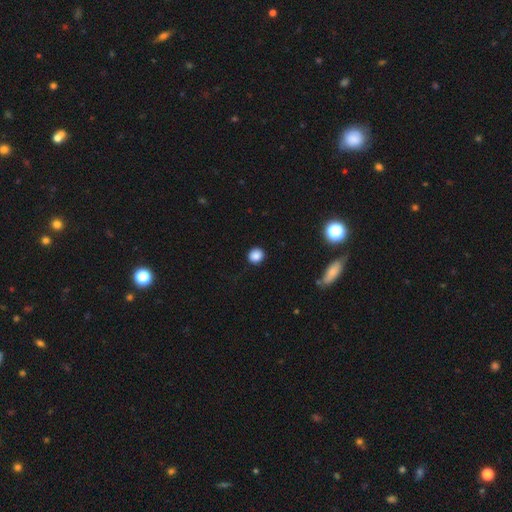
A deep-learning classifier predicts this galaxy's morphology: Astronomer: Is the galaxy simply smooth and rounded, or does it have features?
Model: smooth — 86%.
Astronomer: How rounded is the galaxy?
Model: round — 89%.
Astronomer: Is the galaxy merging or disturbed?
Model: none — 90%.